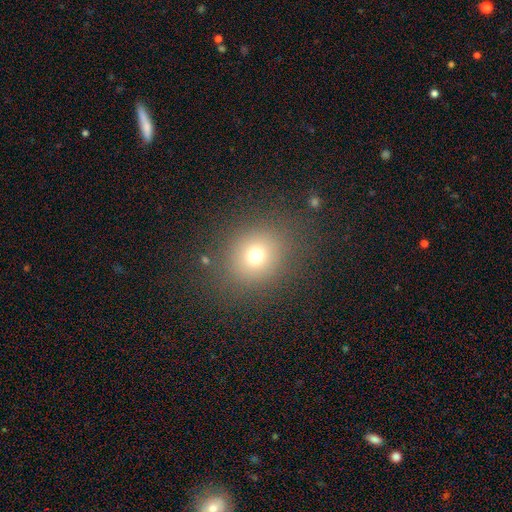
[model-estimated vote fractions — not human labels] A smooth galaxy with no disk features (70%) that is round (76%).

Vote fractions:
- Smooth or featured? smooth: 70% / star or artifact: 18% / featured or disk: 11%
- How rounded? round: 76% / in between: 23% / cigar-shaped: 1%
- Merging? none: 83% / minor disturbance: 9% / major disturbance: 6% / merger: 2%